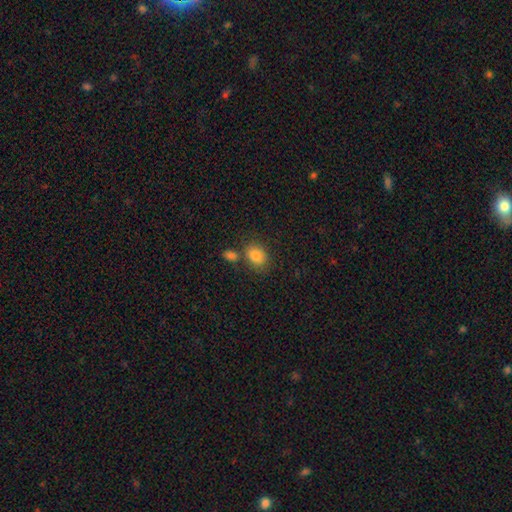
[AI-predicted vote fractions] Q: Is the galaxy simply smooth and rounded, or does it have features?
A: smooth — 85%.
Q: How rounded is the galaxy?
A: in between — 68%.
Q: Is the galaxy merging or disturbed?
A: none — 61%.